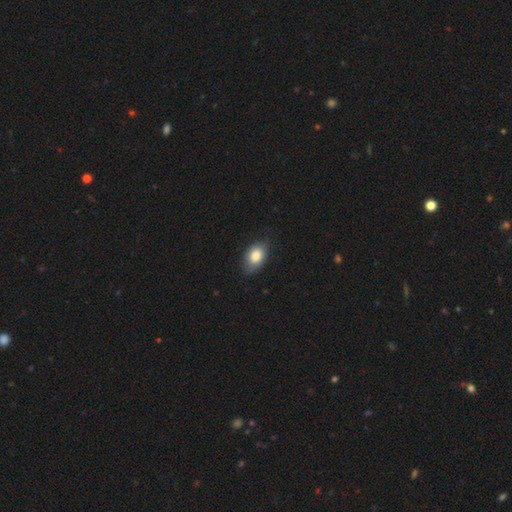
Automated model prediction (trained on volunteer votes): Smooth or featured: smooth — 83% (featured or disk — 10%)
How rounded: in between — 87% (round — 12%)
Merging: none — 73% (minor disturbance — 23%)